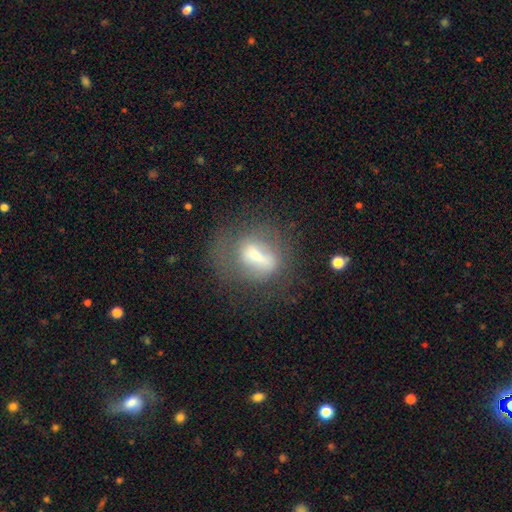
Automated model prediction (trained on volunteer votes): A featured or disk galaxy (44%, tied with smooth).

Vote fractions:
- Smooth or featured? featured or disk: 44% (tied) / smooth: 44% (tied) / star or artifact: 11%
- Merging? none: 47% / major disturbance: 25% / minor disturbance: 22% / merger: 6%